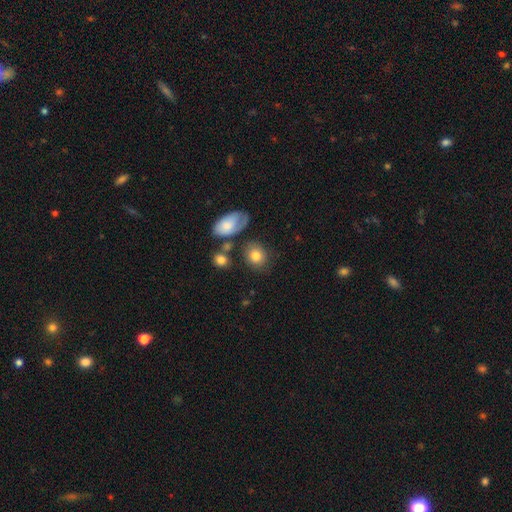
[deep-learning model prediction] Overall: smooth (79%). How rounded: round (59%; in between 39%). Merging: none (69%).